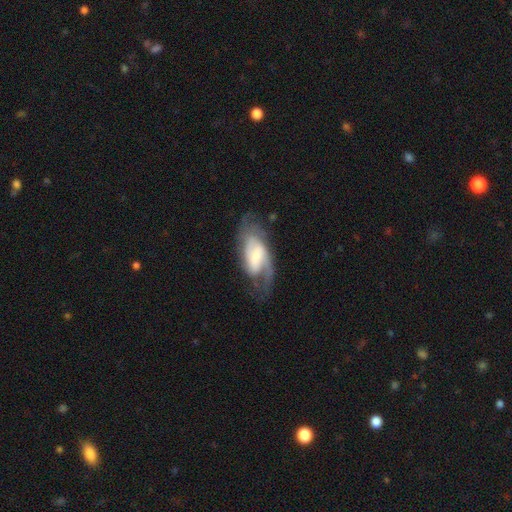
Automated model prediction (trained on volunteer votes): Morphology: type=featured or disk (76%); edge-on=no (94%); bar=weak (45%); spiral arms=yes (90%); winding=medium (47%); arm count=2 (65%); bulge=small (44%); merging=none (56%).